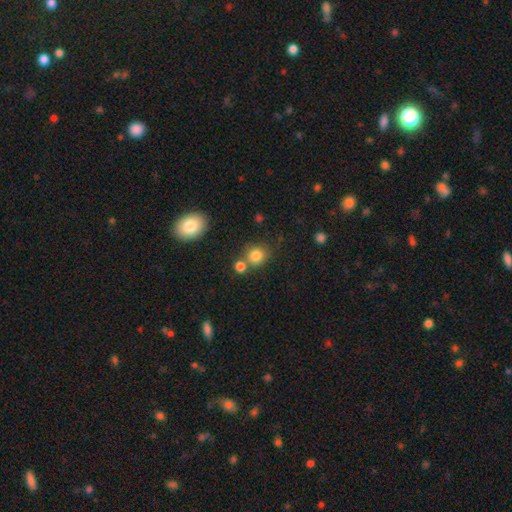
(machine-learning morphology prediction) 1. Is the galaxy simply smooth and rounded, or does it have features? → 82% smooth, 12% star or artifact, 6% featured or disk.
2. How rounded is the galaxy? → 82% round, 17% in between, 1% cigar-shaped.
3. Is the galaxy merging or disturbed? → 65% none, 21% merger, 11% minor disturbance, 4% major disturbance.